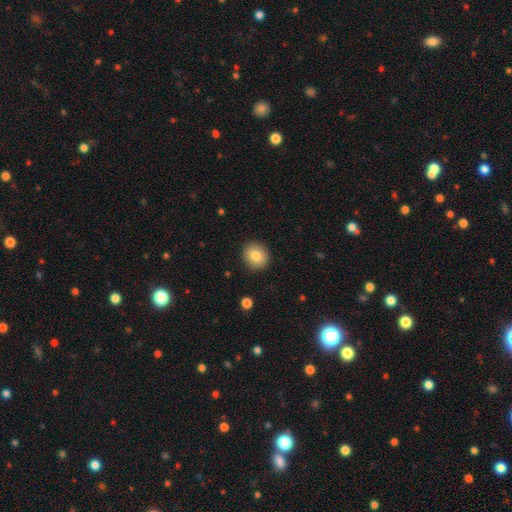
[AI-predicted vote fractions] Smooth or featured? Predicted: smooth (p=0.82). How rounded? Predicted: round (p=0.86). Merging? Predicted: none (p=0.91).